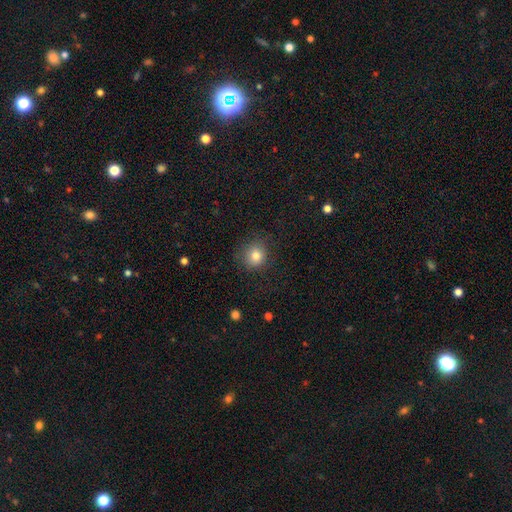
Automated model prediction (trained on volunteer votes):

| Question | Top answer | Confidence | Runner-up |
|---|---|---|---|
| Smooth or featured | smooth | 80% | star or artifact (12%) |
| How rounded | round | 83% | in between (16%) |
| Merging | none | 81% | minor disturbance (13%) |